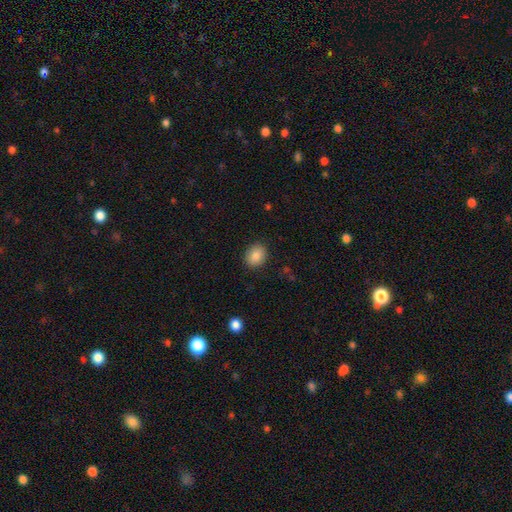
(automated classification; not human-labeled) The model was most divided on "how rounded": round: 53%, in between: 46%, cigar-shaped: 1%. More confident: merging — none (88%); smooth or featured — smooth (86%).